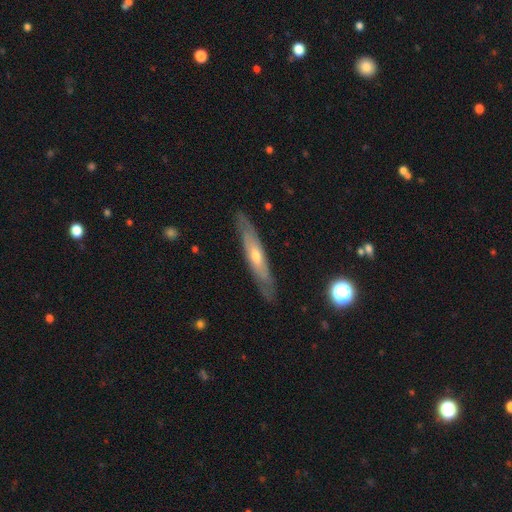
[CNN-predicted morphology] Smooth or featured?
  - featured or disk: 66% *
  - smooth: 26%
  - star or artifact: 8%
Edge-on disk?
  - yes: 76% *
  - no: 24%
Edge-on bulge?
  - rounded: 74% *
  - none: 24%
  - boxy: 3%
Merging?
  - none: 86% *
  - minor disturbance: 11%
  - major disturbance: 2%
  - merger: 1%